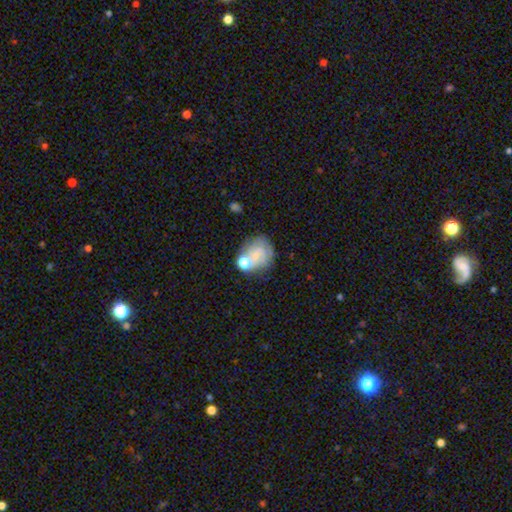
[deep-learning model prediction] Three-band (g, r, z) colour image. It shows a featured or disk galaxy (46%). Merging: none (44%).